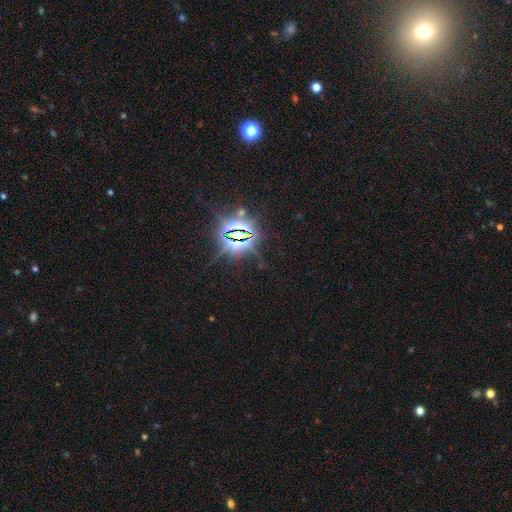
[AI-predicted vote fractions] Morphology: type=star or artifact (85%).